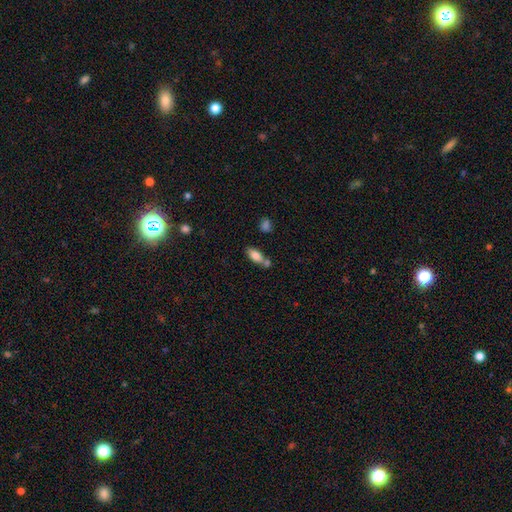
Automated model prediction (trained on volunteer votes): This is likely a smooth galaxy (79%). How rounded: clearly in between (82%). Merging: possibly none (47%).